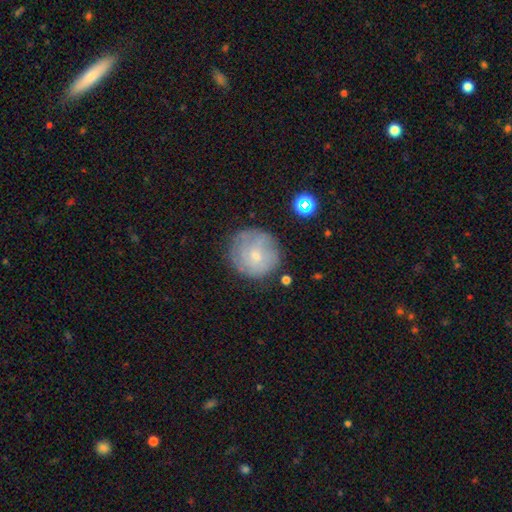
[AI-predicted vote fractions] The model was most divided on "smooth or featured": smooth: 55%, featured or disk: 36%, star or artifact: 9%. More confident: how rounded — round (93%); merging — none (74%).